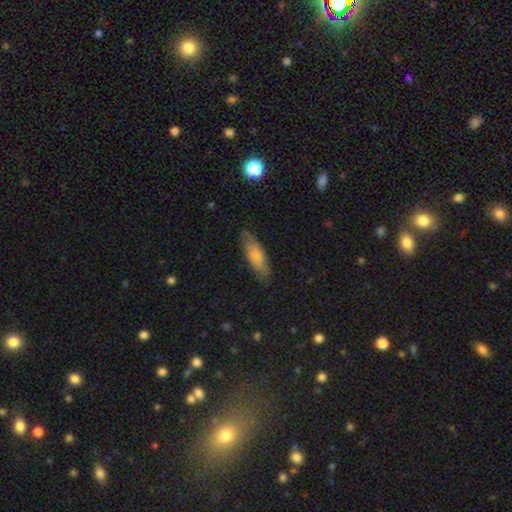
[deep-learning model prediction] Smooth or featured?
  - smooth: 64% *
  - featured or disk: 29%
  - star or artifact: 7%
How rounded?
  - in between: 58% *
  - cigar-shaped: 39%
  - round: 3%
Merging?
  - none: 80% *
  - minor disturbance: 16%
  - major disturbance: 3%
  - merger: 1%